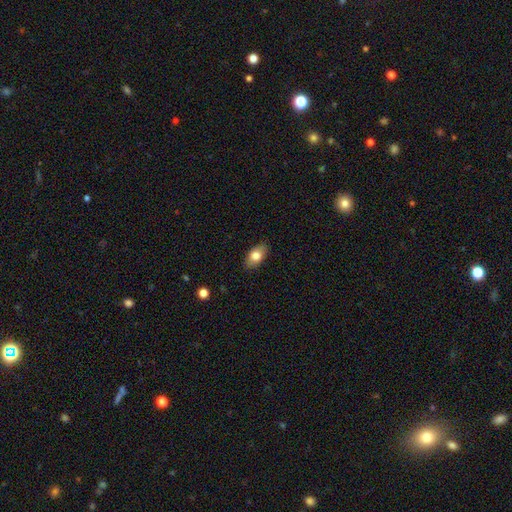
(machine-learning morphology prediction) type=smooth (79%); roundness=in between (90%); merging=none (86%).